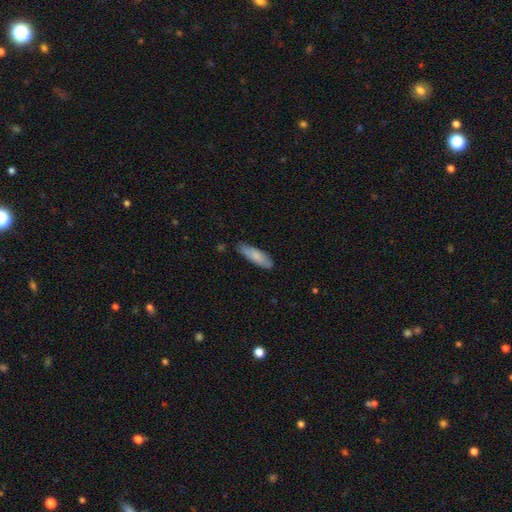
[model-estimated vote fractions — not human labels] This is likely a smooth galaxy (79%). How rounded: possibly in between (49%, tied with cigar-shaped). Merging: likely none (73%).